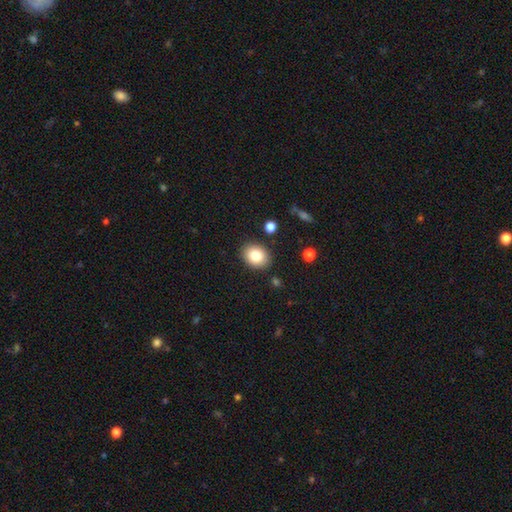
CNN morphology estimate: type=smooth (82%); roundness=in between (53%); merging=none (87%).